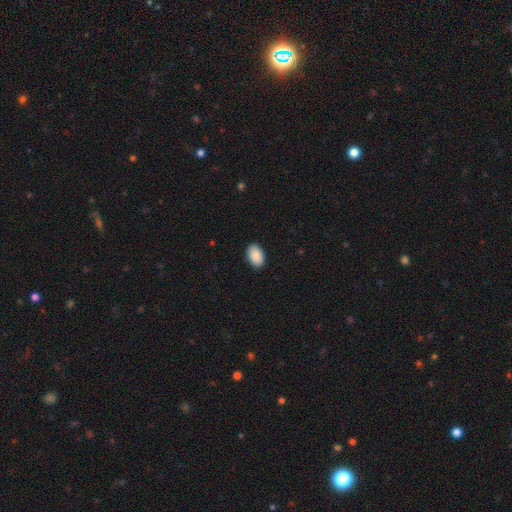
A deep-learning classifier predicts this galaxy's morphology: smooth-or-featured: smooth: 91% | star or artifact: 6% | featured or disk: 3%
  how-rounded: in between: 92% | round: 7% | cigar-shaped: 1%
  merging: none: 88% | minor disturbance: 9% | major disturbance: 2% | merger: 1%